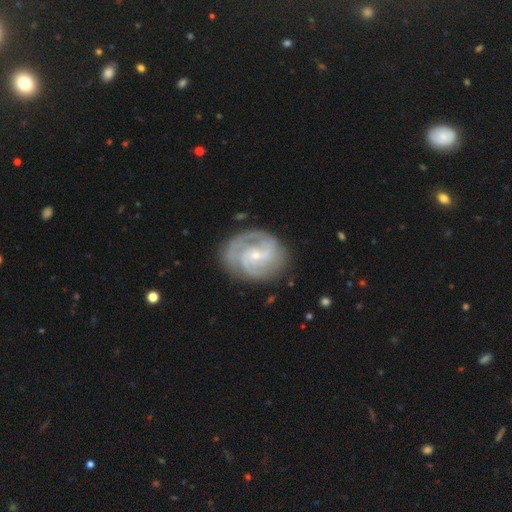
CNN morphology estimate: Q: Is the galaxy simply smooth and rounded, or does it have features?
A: featured or disk — 86%.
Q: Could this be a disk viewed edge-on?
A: no — 98%.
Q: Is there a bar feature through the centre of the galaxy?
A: weak — 45%.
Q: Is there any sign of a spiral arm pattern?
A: yes — 96%.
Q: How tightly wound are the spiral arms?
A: medium — 44%.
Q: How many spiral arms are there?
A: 2 — 55%.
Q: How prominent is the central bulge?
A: small — 76%.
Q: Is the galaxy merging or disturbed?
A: none — 73%.